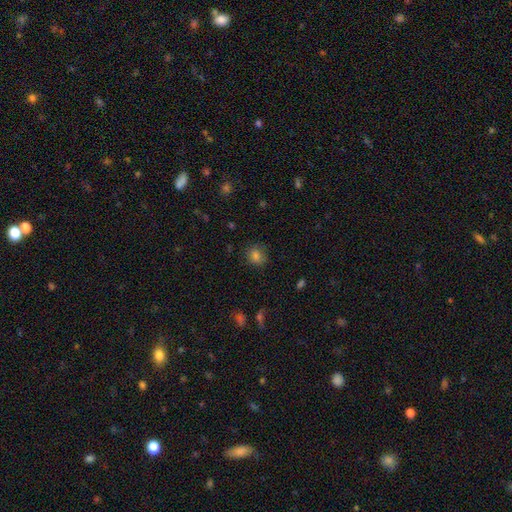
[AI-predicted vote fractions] Smooth or featured: smooth — 81% (star or artifact — 13%)
How rounded: round — 76% (in between — 23%)
Merging: none — 83% (minor disturbance — 13%)